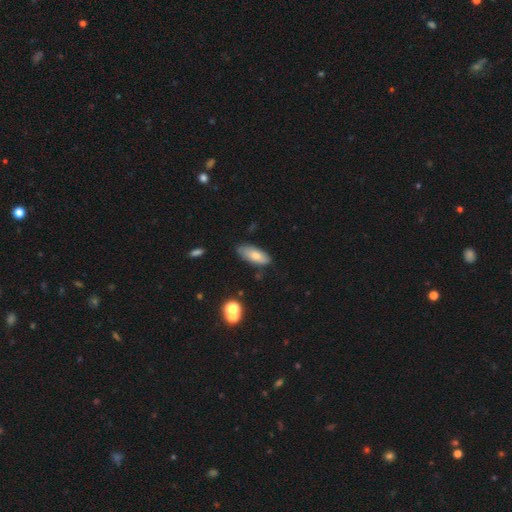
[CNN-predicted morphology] smooth_or_featured: smooth (p=0.73) [alt: featured or disk p=0.19]
how_rounded: in between (p=0.80) [alt: cigar-shaped p=0.17]
merging: none (p=0.72) [alt: minor disturbance p=0.21]